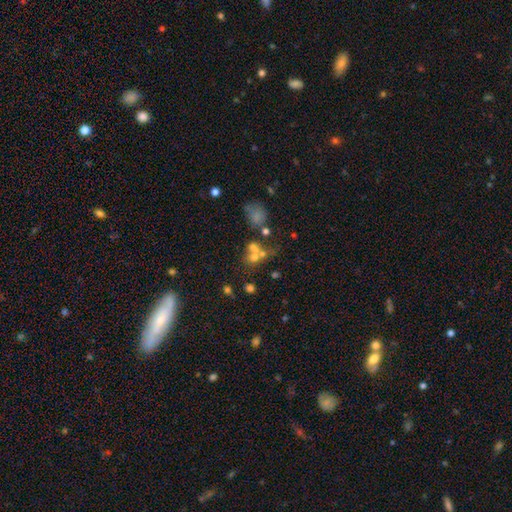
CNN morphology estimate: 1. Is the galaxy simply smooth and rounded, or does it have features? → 56% smooth, 24% featured or disk, 21% star or artifact.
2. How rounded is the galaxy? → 69% round, 29% in between, 2% cigar-shaped.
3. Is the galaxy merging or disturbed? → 50% merger, 32% none, 9% minor disturbance, 9% major disturbance.